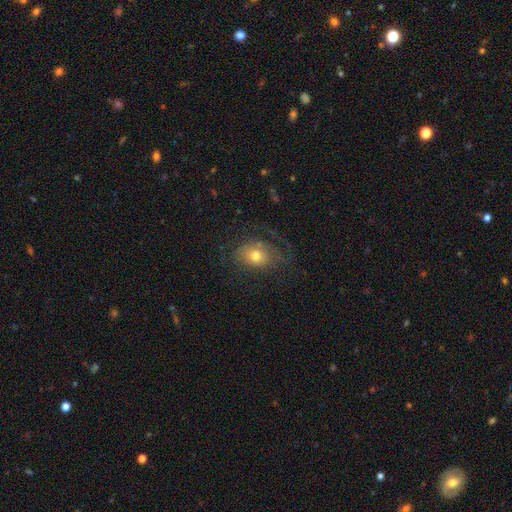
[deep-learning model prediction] A smooth galaxy with no disk features (53%) that is in between round and cigar-shaped (68%).

Vote fractions:
- Smooth or featured? smooth: 53% / featured or disk: 36% / star or artifact: 10%
- How rounded? in between: 68% / round: 31% / cigar-shaped: 1%
- Merging? none: 52% / major disturbance: 25% / minor disturbance: 21% / merger: 2%